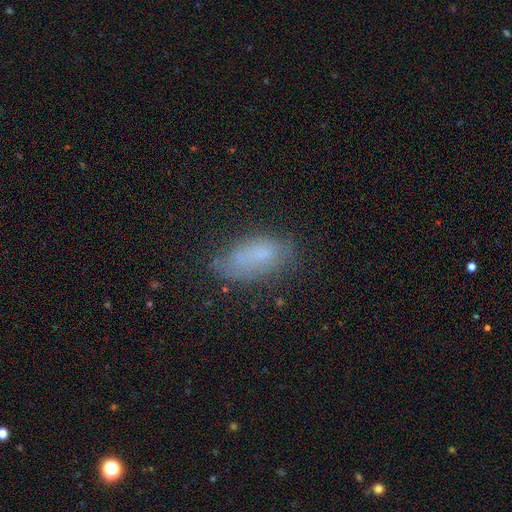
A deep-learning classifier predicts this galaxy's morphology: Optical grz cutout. It shows a smooth galaxy with no disk features (71%) that is in between round and cigar-shaped (88%). Merging: none (58%).